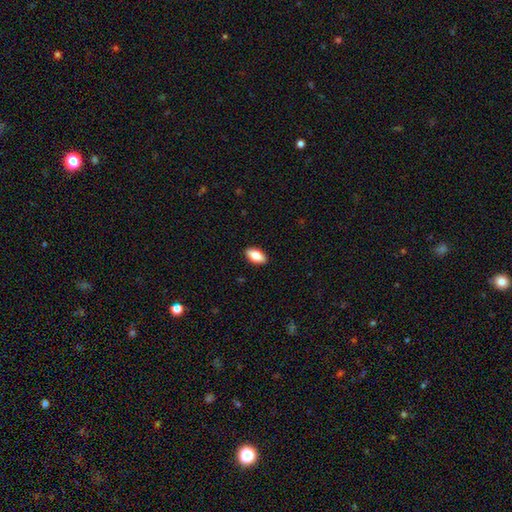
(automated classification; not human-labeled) smooth_or_featured: smooth (p=0.79) [alt: featured or disk p=0.14]
how_rounded: in between (p=0.90) [alt: cigar-shaped p=0.07]
merging: none (p=0.90) [alt: minor disturbance p=0.08]